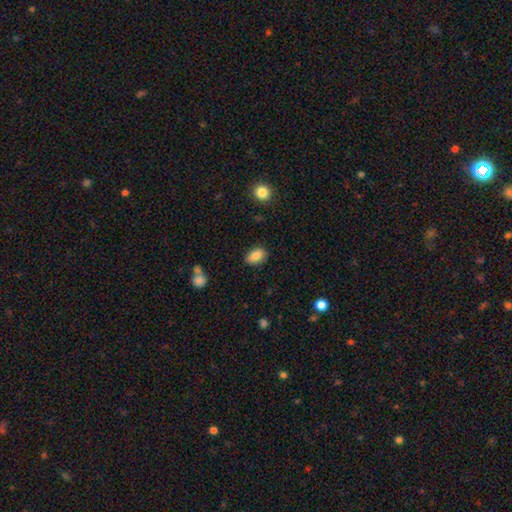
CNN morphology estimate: Smooth or featured: smooth — 85% (star or artifact — 8%)
How rounded: in between — 85% (round — 13%)
Merging: none — 86% (minor disturbance — 10%)